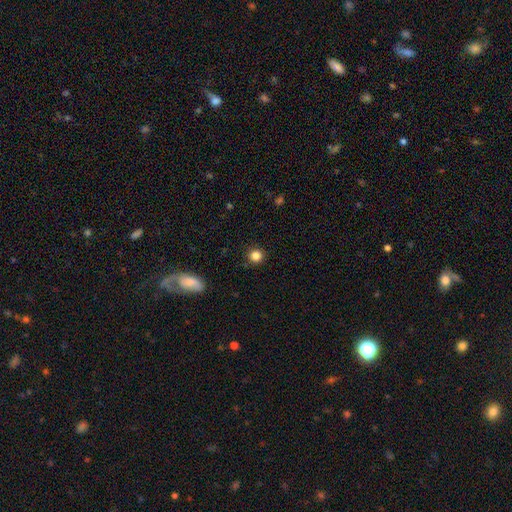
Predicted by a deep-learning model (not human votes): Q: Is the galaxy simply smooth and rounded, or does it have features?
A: smooth — 85%.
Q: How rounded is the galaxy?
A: round — 91%.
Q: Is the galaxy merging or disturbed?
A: none — 90%.